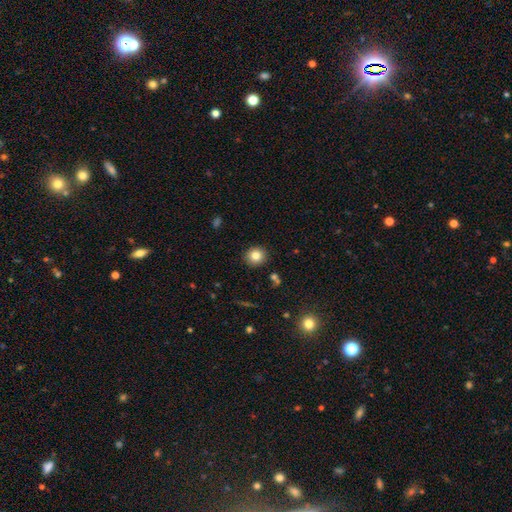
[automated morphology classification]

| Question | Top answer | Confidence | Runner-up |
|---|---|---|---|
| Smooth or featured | smooth | 82% | star or artifact (11%) |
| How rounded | round | 87% | in between (12%) |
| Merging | none | 90% | minor disturbance (6%) |